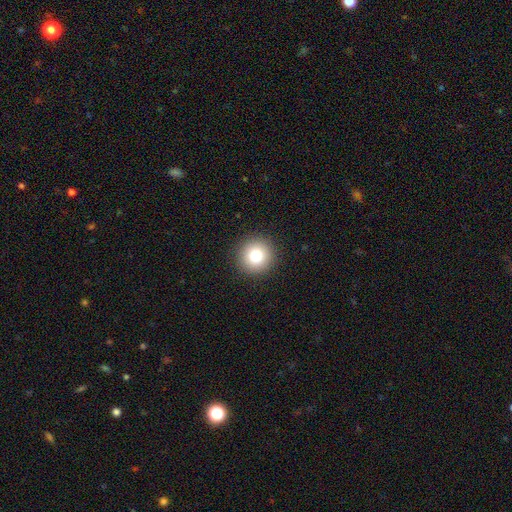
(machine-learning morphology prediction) Smooth or featured? Predicted: smooth (p=0.81). How rounded? Predicted: round (p=0.95). Merging? Predicted: none (p=0.92).